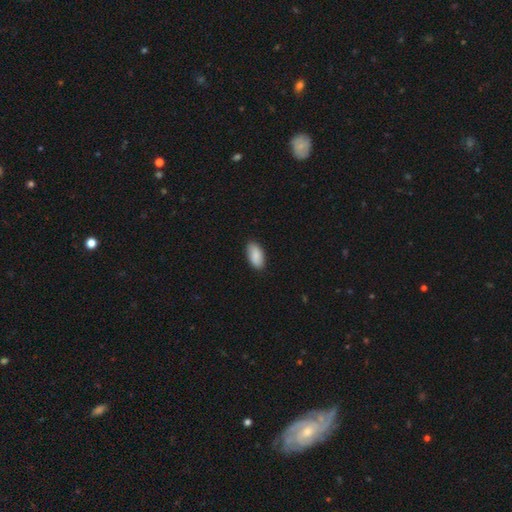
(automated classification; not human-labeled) The model was most divided on "merging": none: 87%, minor disturbance: 10%, major disturbance: 2%, merger: 1%. More confident: how rounded — in between (94%); smooth or featured — smooth (88%).